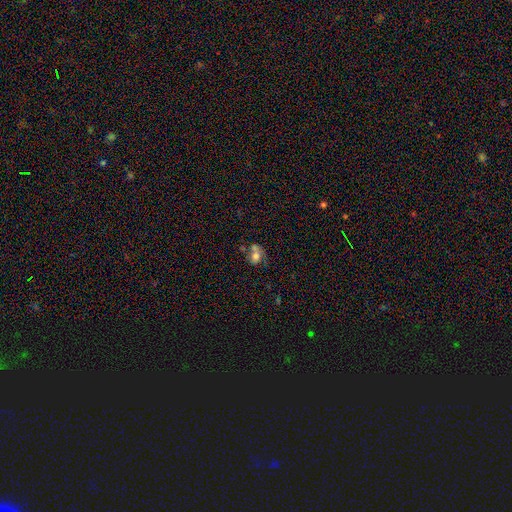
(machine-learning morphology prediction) smooth_or_featured: smooth (p=0.64) [alt: featured or disk p=0.23]
how_rounded: round (p=0.52) [alt: in between p=0.47]
merging: merger (p=0.43) [alt: none p=0.31]